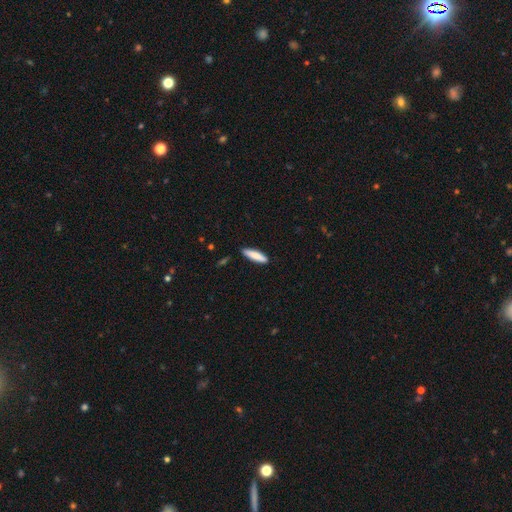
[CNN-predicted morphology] smooth-or-featured: smooth: 84% | featured or disk: 11% | star or artifact: 6%
  how-rounded: cigar-shaped: 77% | in between: 22% | round: 1%
  merging: none: 86% | minor disturbance: 10% | major disturbance: 2% | merger: 1%